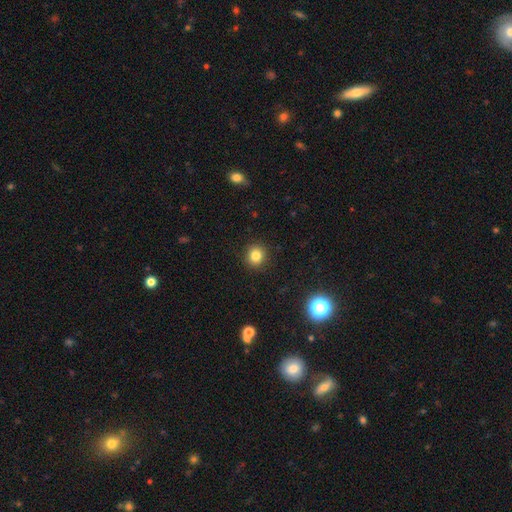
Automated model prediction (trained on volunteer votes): Q: Smooth or featured?
A: smooth (83%); runner-up: star or artifact (12%)
Q: How rounded?
A: round (87%); runner-up: in between (12%)
Q: Merging?
A: none (91%); runner-up: minor disturbance (6%)